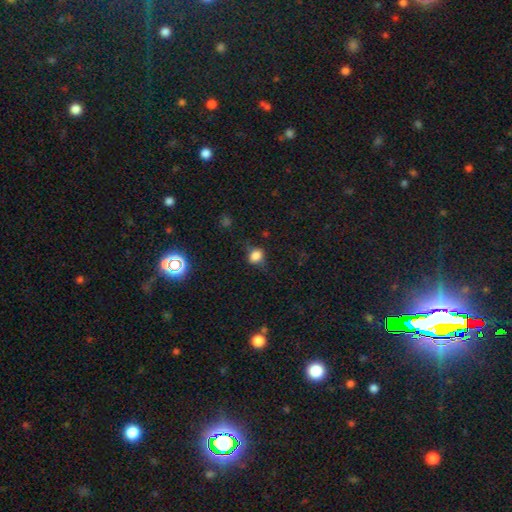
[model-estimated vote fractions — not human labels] Smooth or featured: smooth — 75% (star or artifact — 14%)
How rounded: round — 53% (in between — 45%)
Merging: none — 68% (minor disturbance — 22%)